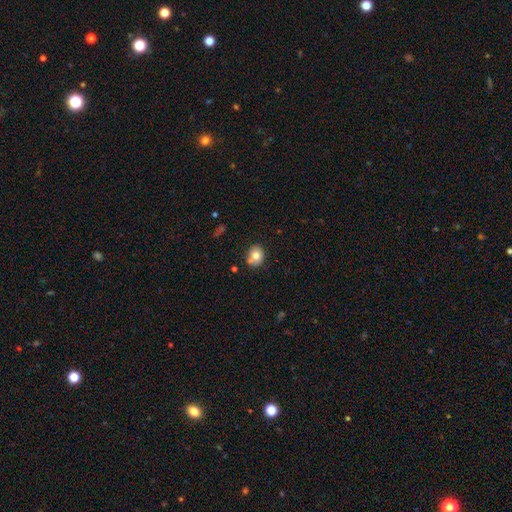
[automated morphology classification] The model was most divided on "how rounded": round: 64%, in between: 36%, cigar-shaped: 1%. More confident: smooth or featured — smooth (76%); merging — none (71%).